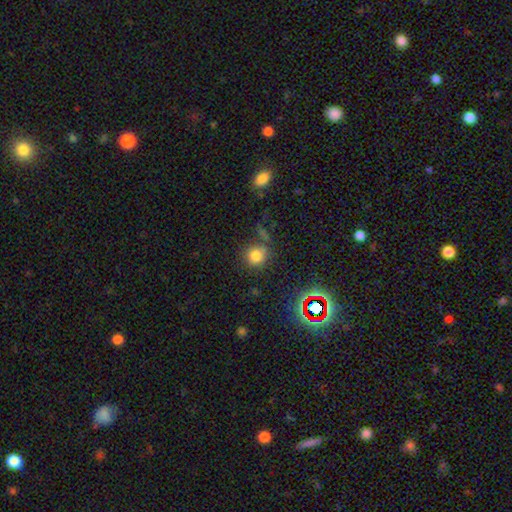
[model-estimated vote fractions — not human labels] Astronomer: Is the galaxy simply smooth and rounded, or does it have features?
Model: smooth — 75%.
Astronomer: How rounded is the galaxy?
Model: round — 89%.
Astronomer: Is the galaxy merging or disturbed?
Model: none — 70%.